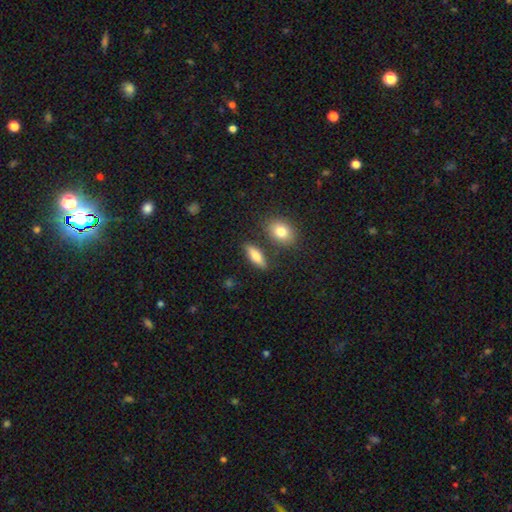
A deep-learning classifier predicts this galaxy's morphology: Q: Smooth or featured?
A: smooth (74%); runner-up: featured or disk (19%)
Q: How rounded?
A: in between (59%); runner-up: cigar-shaped (36%)
Q: Merging?
A: none (80%); runner-up: minor disturbance (11%)